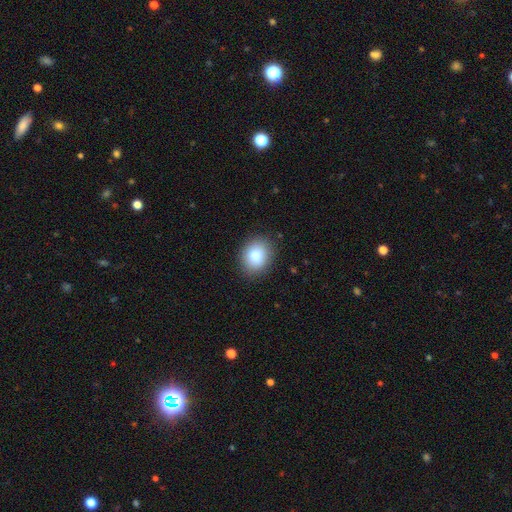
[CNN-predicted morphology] A smooth galaxy with no disk features (84%) that is round (53%). Merging: none (87%).